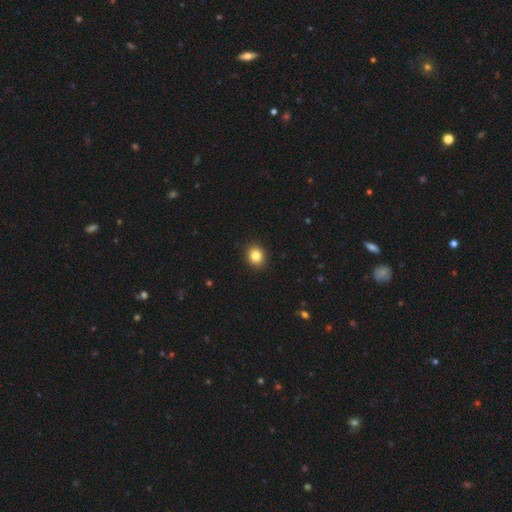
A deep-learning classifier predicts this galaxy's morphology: Smooth or featured: smooth — 84% (star or artifact — 10%)
How rounded: round — 71% (in between — 29%)
Merging: none — 92% (minor disturbance — 5%)